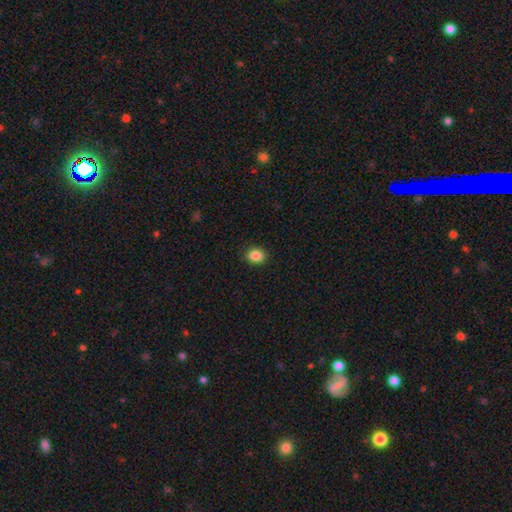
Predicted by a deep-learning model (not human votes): This is clearly a smooth galaxy (87%). How rounded: possibly round (58%). Merging: clearly none (91%).